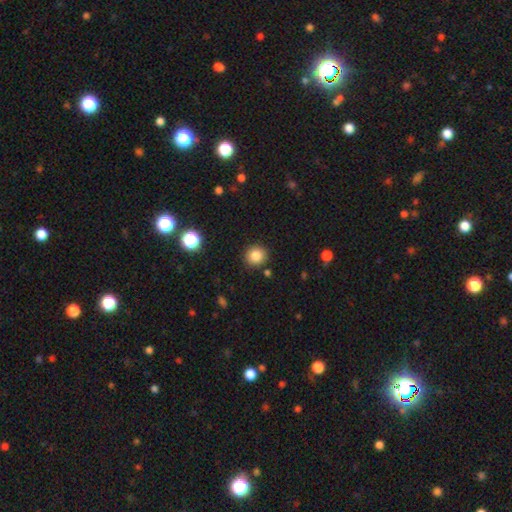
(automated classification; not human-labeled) Smooth or featured? Predicted: smooth (p=0.83). How rounded? Predicted: round (p=0.90). Merging? Predicted: none (p=0.89).